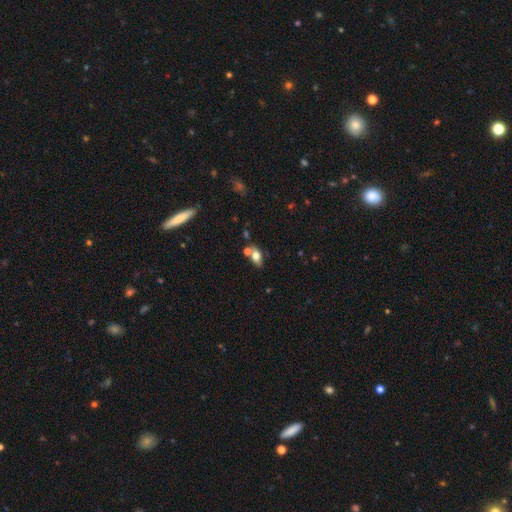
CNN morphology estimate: The model was most divided on "merging": none: 55%, merger: 27%, minor disturbance: 13%, major disturbance: 5%. More confident: how rounded — in between (83%); smooth or featured — smooth (68%).